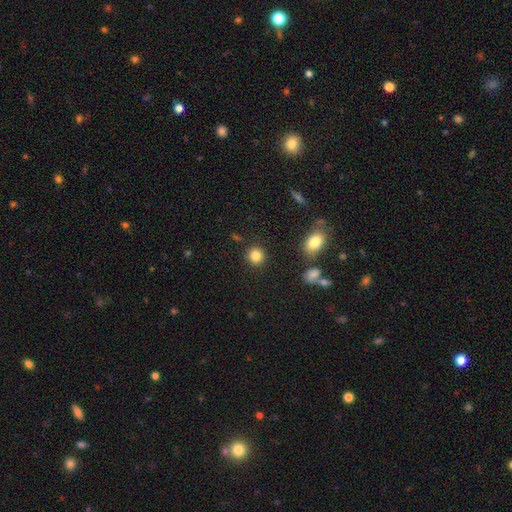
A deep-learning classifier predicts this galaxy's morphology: smooth-or-featured: smooth: 85% | star or artifact: 10% | featured or disk: 5%
  how-rounded: round: 87% | in between: 12% | cigar-shaped: 1%
  merging: none: 88% | minor disturbance: 7% | merger: 3% | major disturbance: 2%